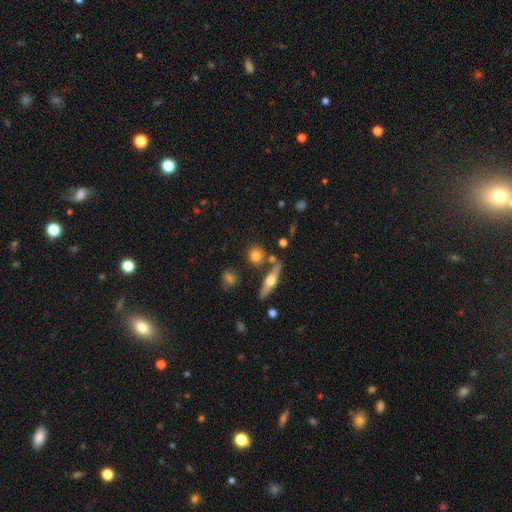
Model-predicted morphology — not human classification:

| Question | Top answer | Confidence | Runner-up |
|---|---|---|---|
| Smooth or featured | smooth | 72% | featured or disk (19%) |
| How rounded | round | 76% | in between (18%) |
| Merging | none | 73% | merger (13%) |